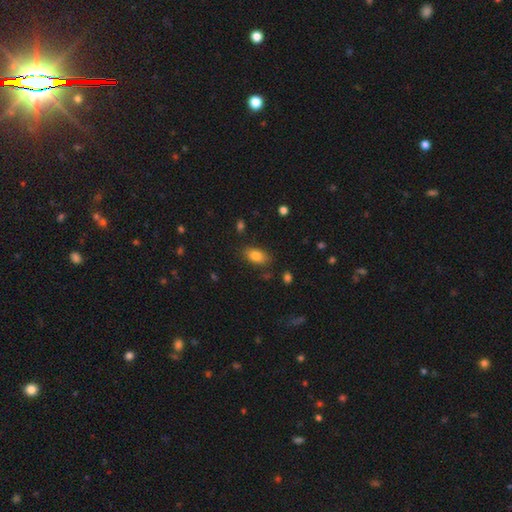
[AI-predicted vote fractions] Smooth or featured? smooth (83%)
How rounded? in between (90%)
Merging? none (80%)